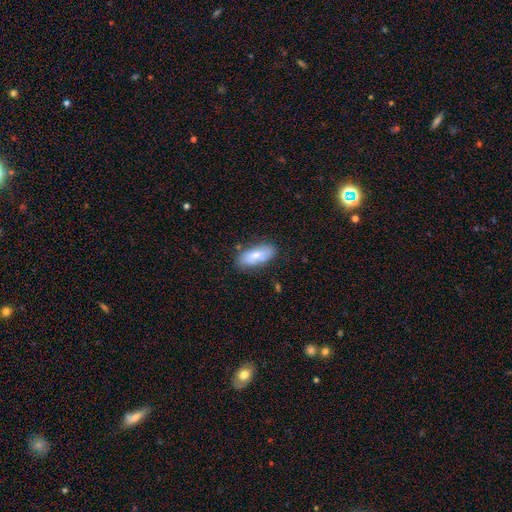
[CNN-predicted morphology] A smooth galaxy with no disk features (73%) that is in between round and cigar-shaped (85%). Merging: none (74%).